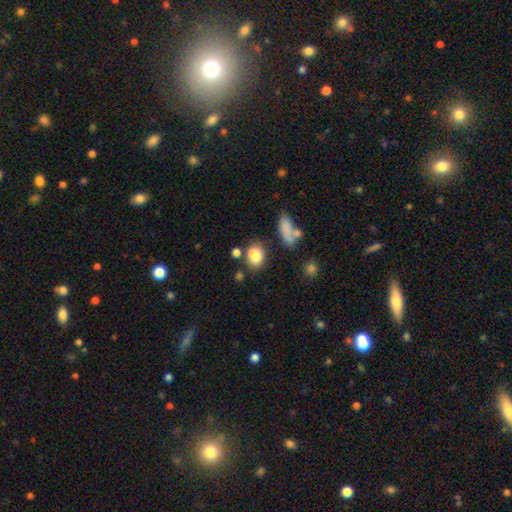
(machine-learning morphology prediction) smooth 79%, star or artifact 11%, featured or disk 10%. Down the decision tree: how rounded — in between (65%); merging — none (58%).